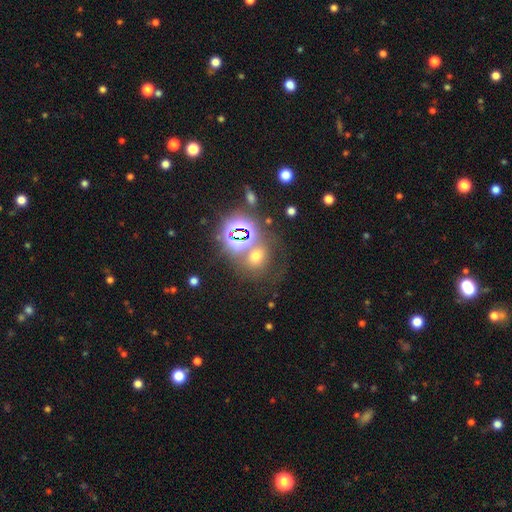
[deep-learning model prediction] Smooth or featured?
  - smooth: 49% *
  - star or artifact: 39%
  - featured or disk: 13%
Merging?
  - none: 57% *
  - merger: 20%
  - minor disturbance: 13%
  - major disturbance: 10%